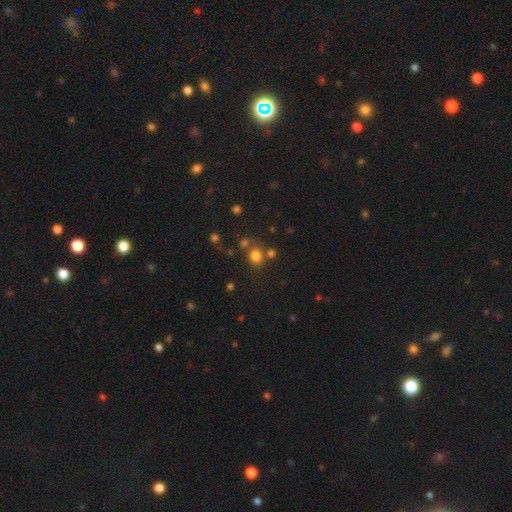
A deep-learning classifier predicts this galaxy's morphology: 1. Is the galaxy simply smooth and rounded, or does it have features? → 77% smooth, 16% star or artifact, 7% featured or disk.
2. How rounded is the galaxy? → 79% round, 20% in between, 1% cigar-shaped.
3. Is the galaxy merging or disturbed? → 63% none, 20% merger, 11% minor disturbance, 6% major disturbance.